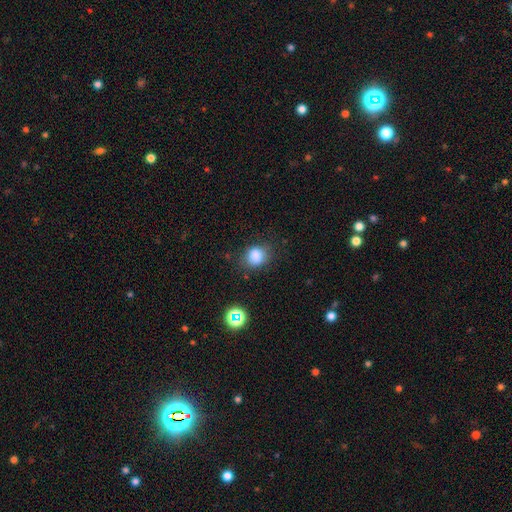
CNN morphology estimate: smooth 81%, star or artifact 12%, featured or disk 6%. Down the decision tree: how rounded — round (57%); merging — none (71%).